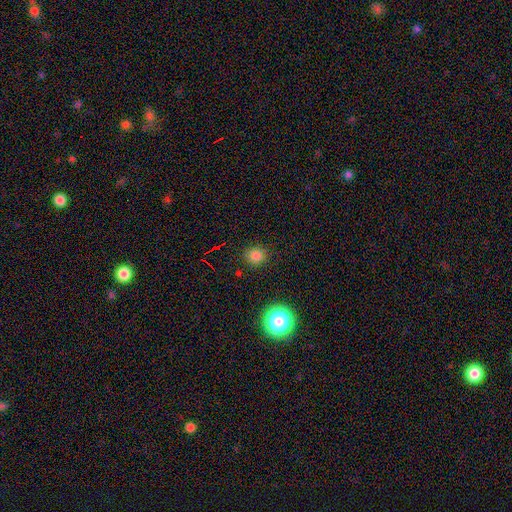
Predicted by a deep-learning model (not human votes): A smooth galaxy with no disk features (78%) that is round (85%). Merging: none (89%).